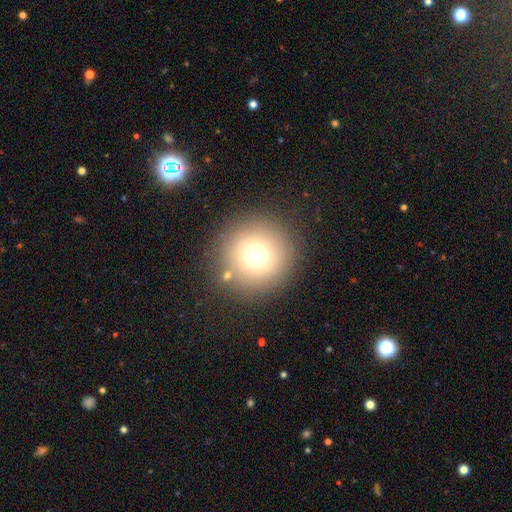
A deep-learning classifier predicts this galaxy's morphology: smooth-or-featured: smooth: 73% | star or artifact: 16% | featured or disk: 11%
  how-rounded: round: 96% | in between: 3% | cigar-shaped: 1%
  merging: none: 87% | minor disturbance: 7% | merger: 3% | major disturbance: 3%